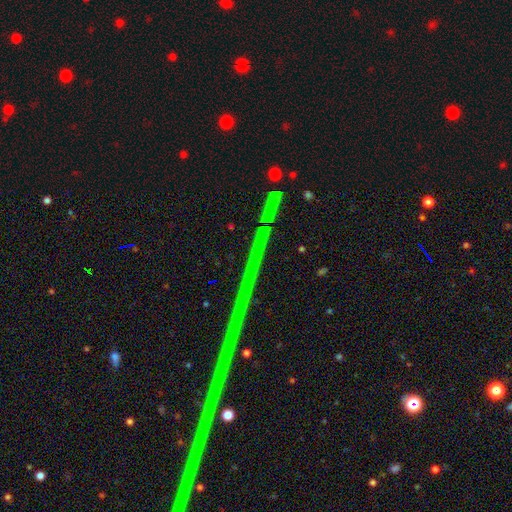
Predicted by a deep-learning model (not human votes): star or artifact 84%, featured or disk 10%, smooth 7%.